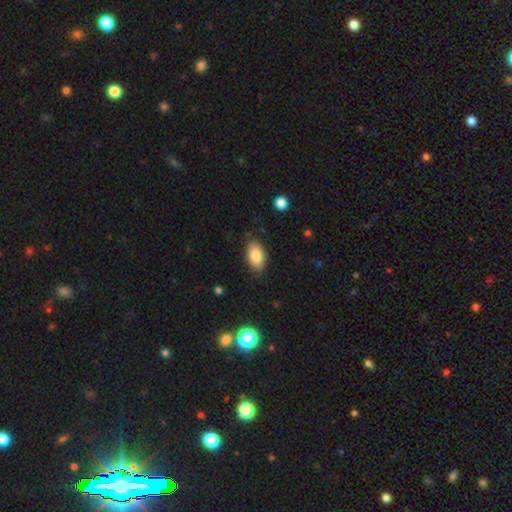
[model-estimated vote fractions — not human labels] A smooth galaxy with no disk features (84%) that is in between round and cigar-shaped (93%).

Vote fractions:
- Smooth or featured? smooth: 84% / featured or disk: 8% / star or artifact: 8%
- How rounded? in between: 93% / round: 5% / cigar-shaped: 2%
- Merging? none: 83% / minor disturbance: 13% / major disturbance: 3% / merger: 1%